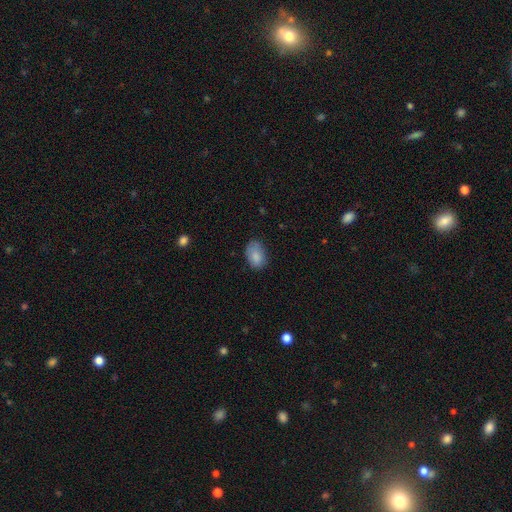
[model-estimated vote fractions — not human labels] Smooth or featured: smooth — 86% (star or artifact — 8%)
How rounded: in between — 86% (round — 13%)
Merging: none — 70% (minor disturbance — 23%)